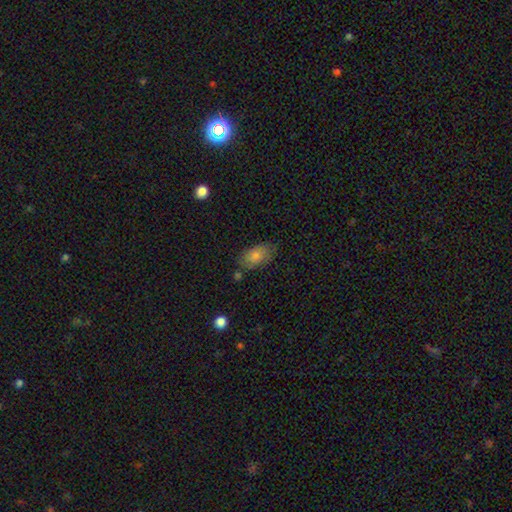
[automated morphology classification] Smooth or featured?
  - smooth: 79% *
  - featured or disk: 13%
  - star or artifact: 8%
How rounded?
  - in between: 90% *
  - round: 7%
  - cigar-shaped: 3%
Merging?
  - none: 73% *
  - minor disturbance: 19%
  - merger: 5%
  - major disturbance: 4%